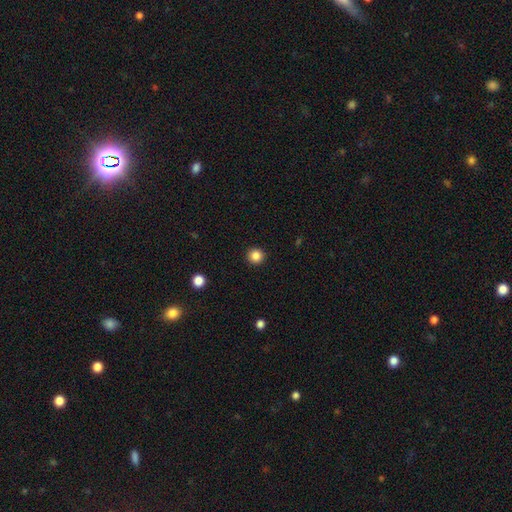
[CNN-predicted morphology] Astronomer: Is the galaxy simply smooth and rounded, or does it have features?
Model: smooth — 86%.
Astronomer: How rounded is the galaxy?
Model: round — 95%.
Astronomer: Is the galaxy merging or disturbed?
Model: none — 93%.